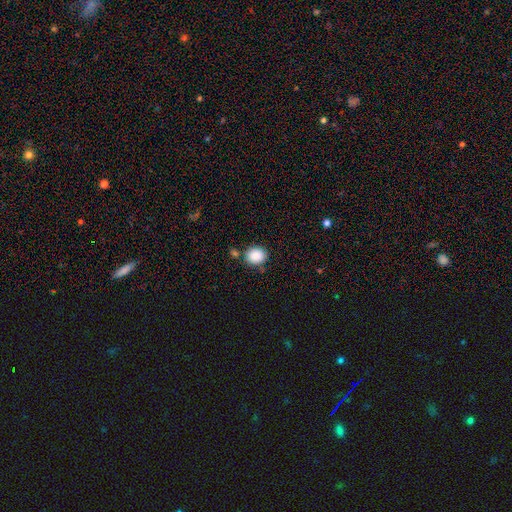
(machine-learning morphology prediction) Q: Smooth or featured?
A: smooth (88%); runner-up: star or artifact (9%)
Q: How rounded?
A: round (67%); runner-up: in between (32%)
Q: Merging?
A: none (77%); runner-up: minor disturbance (11%)